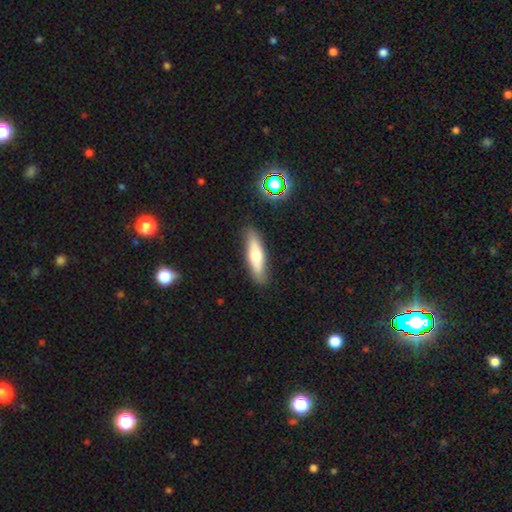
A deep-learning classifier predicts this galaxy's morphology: A smooth galaxy with no disk features (60%) that is cigar-shaped (64%).

Vote fractions:
- Smooth or featured? smooth: 60% / featured or disk: 32% / star or artifact: 7%
- How rounded? cigar-shaped: 64% / in between: 34% / round: 2%
- Merging? none: 85% / minor disturbance: 11% / major disturbance: 2% / merger: 2%